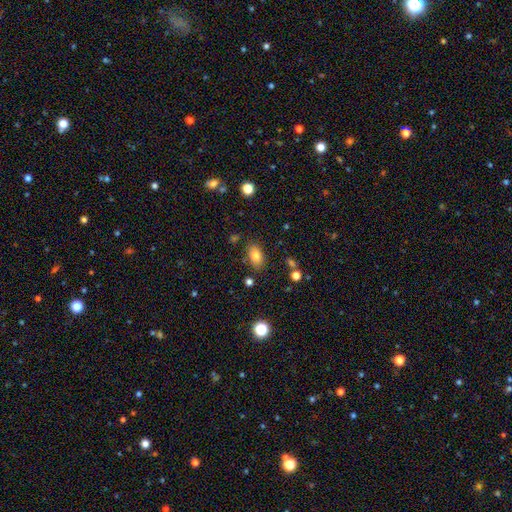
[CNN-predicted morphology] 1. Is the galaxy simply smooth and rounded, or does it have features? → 79% smooth, 11% featured or disk, 10% star or artifact.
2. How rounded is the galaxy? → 88% in between, 9% round, 2% cigar-shaped.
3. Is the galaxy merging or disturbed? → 82% none, 11% minor disturbance, 3% merger, 3% major disturbance.